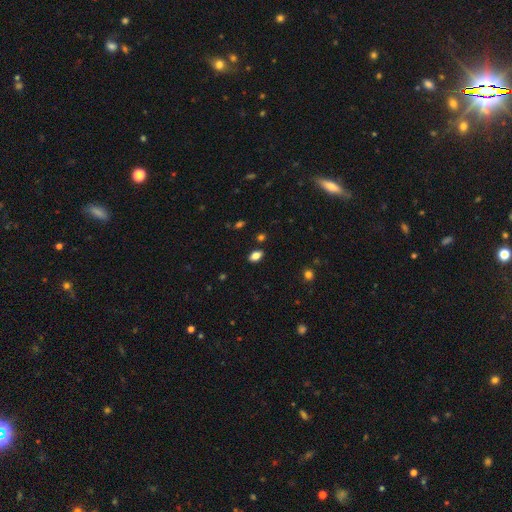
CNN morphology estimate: smooth-or-featured: smooth: 82% | star or artifact: 11% | featured or disk: 7%
  how-rounded: in between: 88% | round: 9% | cigar-shaped: 3%
  merging: none: 87% | minor disturbance: 9% | major disturbance: 2% | merger: 2%